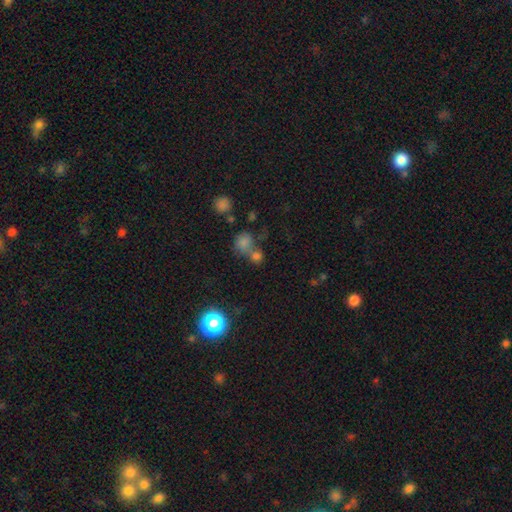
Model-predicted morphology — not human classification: Smooth or featured? star or artifact (46%)